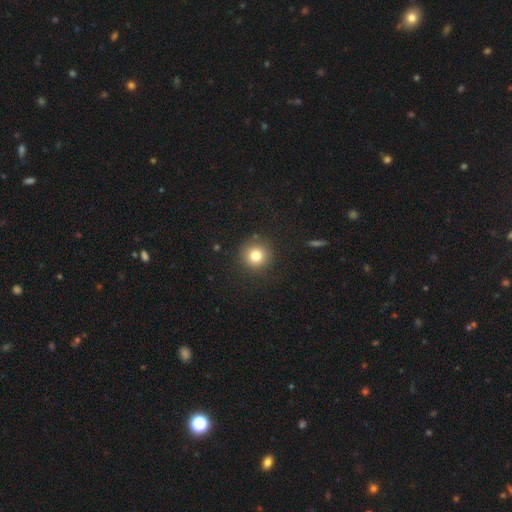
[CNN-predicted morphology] smooth_or_featured: smooth (p=0.79) [alt: star or artifact p=0.13]
how_rounded: round (p=0.95) [alt: in between p=0.04]
merging: none (p=0.89) [alt: minor disturbance p=0.07]